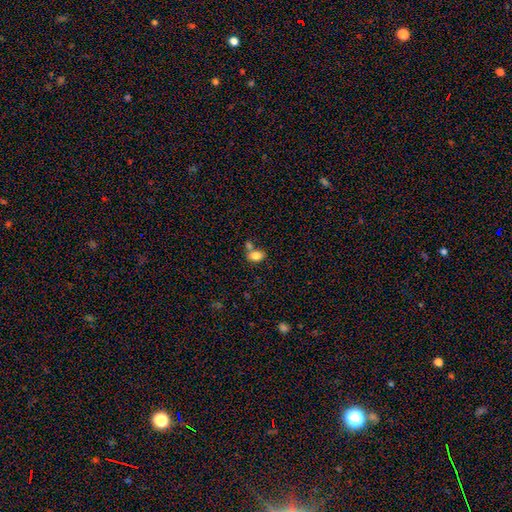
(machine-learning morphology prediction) This is clearly a smooth galaxy (82%). How rounded: clearly in between (81%). Merging: possibly none (52%).